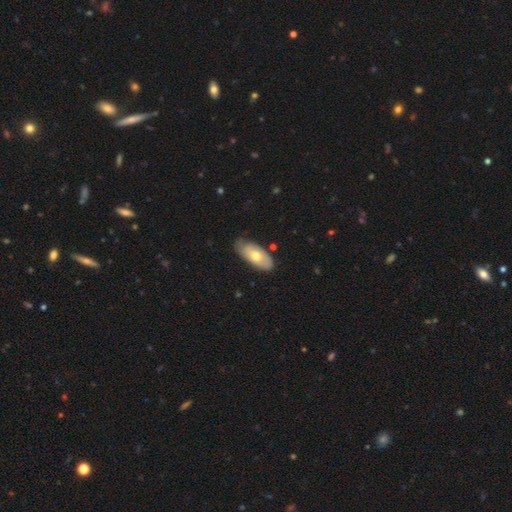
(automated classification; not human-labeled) smooth_or_featured: smooth (p=0.61) [alt: featured or disk p=0.33]
how_rounded: in between (p=0.90) [alt: cigar-shaped p=0.08]
merging: none (p=0.68) [alt: minor disturbance p=0.25]